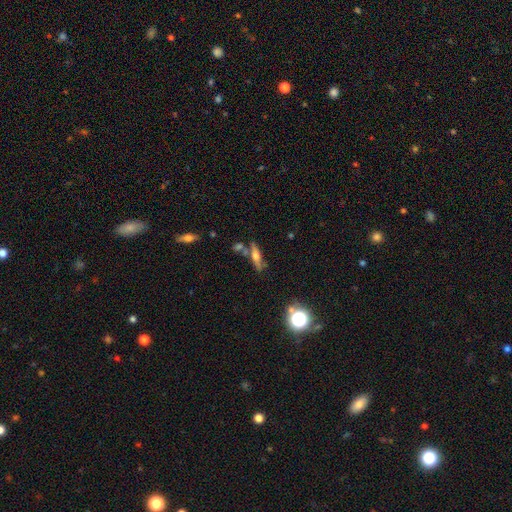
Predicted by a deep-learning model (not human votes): Morphology: type=featured or disk (56%); edge-on=yes (90%); edge-on bulge=rounded (90%); merging=none (67%).